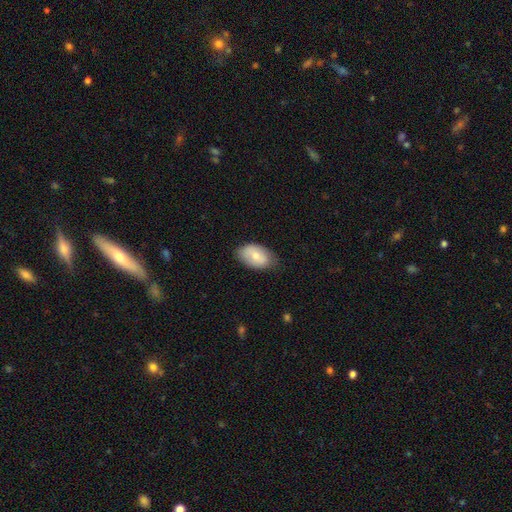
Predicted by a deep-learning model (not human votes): smooth_or_featured: smooth (p=0.71) [alt: featured or disk p=0.22]
how_rounded: in between (p=0.91) [alt: round p=0.08]
merging: none (p=0.73) [alt: minor disturbance p=0.22]